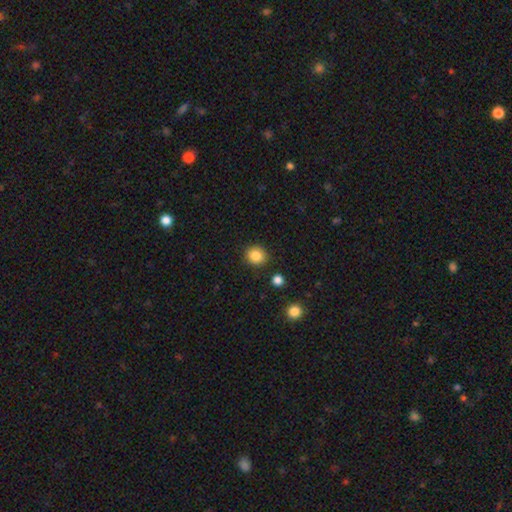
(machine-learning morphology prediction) This appears to be a smooth galaxy with no disk features (86%) that is round (83%). Merging: none (87%).